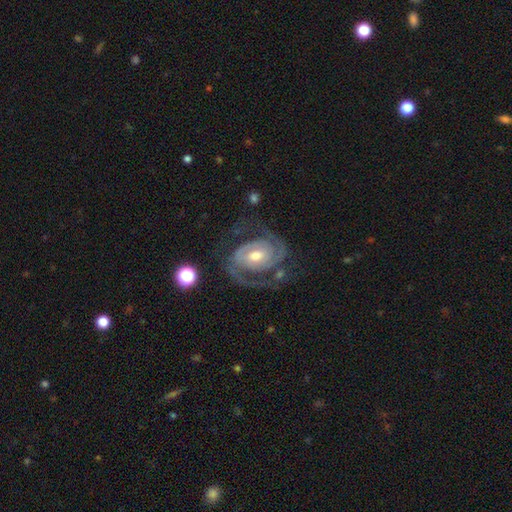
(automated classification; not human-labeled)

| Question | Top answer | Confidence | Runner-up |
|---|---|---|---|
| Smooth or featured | featured or disk | 91% | star or artifact (5%) |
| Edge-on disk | no | 98% | yes (2%) |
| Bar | no | 42% | weak (41%) |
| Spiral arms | yes | 98% | no (2%) |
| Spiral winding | tight | 53% | medium (39%) |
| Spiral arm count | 2 | 87% | 3 (5%) |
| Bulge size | moderate | 65% | small (28%) |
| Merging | none | 71% | minor disturbance (15%) |